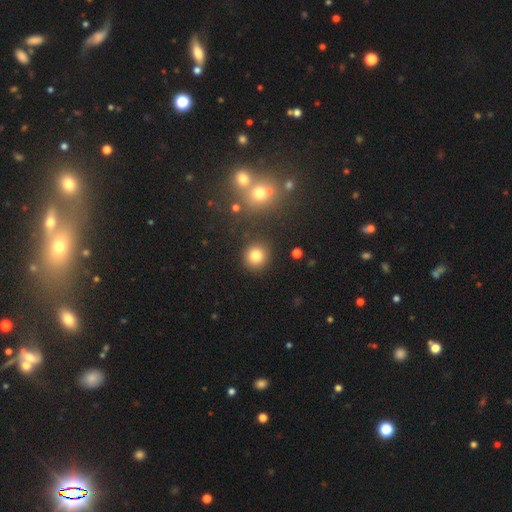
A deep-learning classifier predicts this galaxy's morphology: This is clearly a smooth galaxy (81%). How rounded: clearly round (91%). Merging: clearly none (87%).